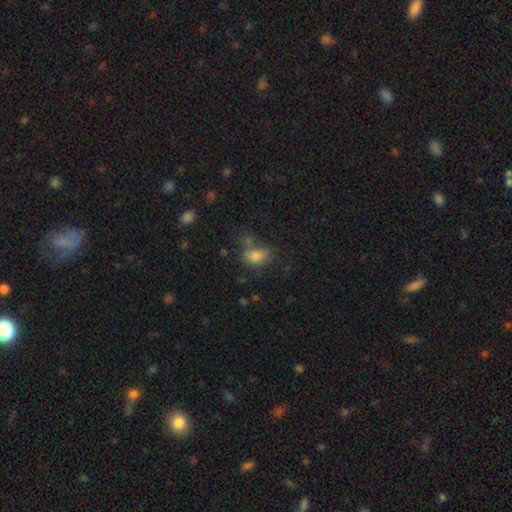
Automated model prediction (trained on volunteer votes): The model was most divided on "merging": none: 50%, minor disturbance: 20%, merger: 20%, major disturbance: 10%. More confident: smooth or featured — smooth (78%); how rounded — in between (77%).